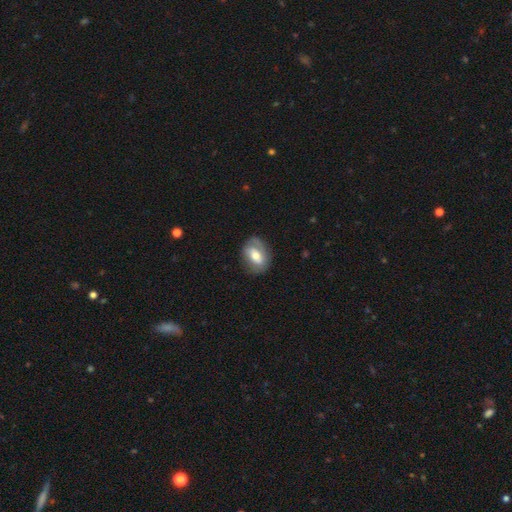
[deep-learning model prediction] A featured or disk galaxy (48%). Merging: none (68%).